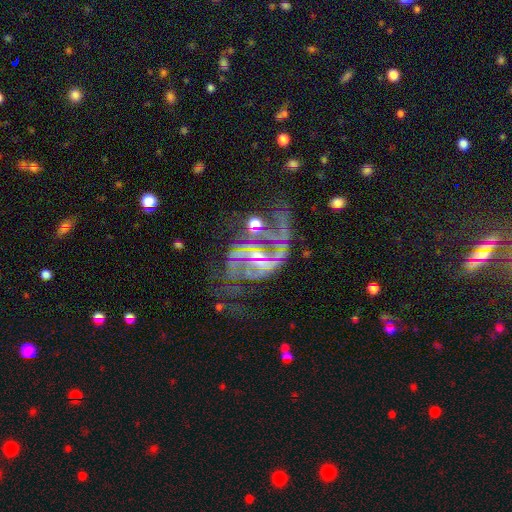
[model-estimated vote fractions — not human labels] smooth-or-featured: featured or disk: 70% | star or artifact: 21% | smooth: 9%
  disk-edge-on: no: 95% | yes: 5%
    bar: no: 37% | weak: 35% | strong: 27%
    has-spiral-arms: yes: 76% | no: 24%
      spiral-winding: medium: 39% | loose: 37% | tight: 25%
      spiral-arm-count: 2: 42% | can't tell: 26% | 3: 11% | 1: 8% | 4: 6% | more than 4: 6%
    bulge-size: small: 51% | moderate: 27% | none: 17% | large: 4% | dominant: 2%
  merging: none: 37% | major disturbance: 36% | minor disturbance: 16% | merger: 11%